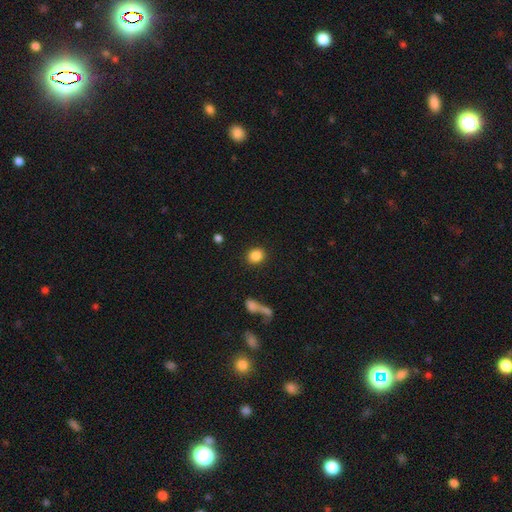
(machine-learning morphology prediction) smooth-or-featured: smooth: 87% | star or artifact: 9% | featured or disk: 5%
  how-rounded: round: 76% | in between: 22% | cigar-shaped: 1%
  merging: none: 89% | minor disturbance: 6% | major disturbance: 3% | merger: 3%